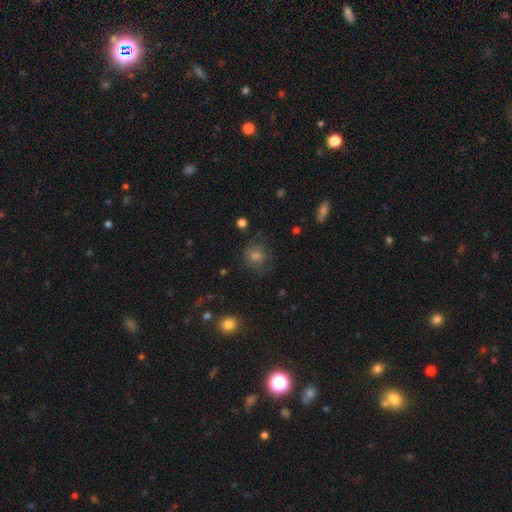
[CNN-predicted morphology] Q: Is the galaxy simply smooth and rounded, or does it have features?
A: smooth — 60%.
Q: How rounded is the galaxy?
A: round — 81%.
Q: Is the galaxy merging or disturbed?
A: none — 74%.